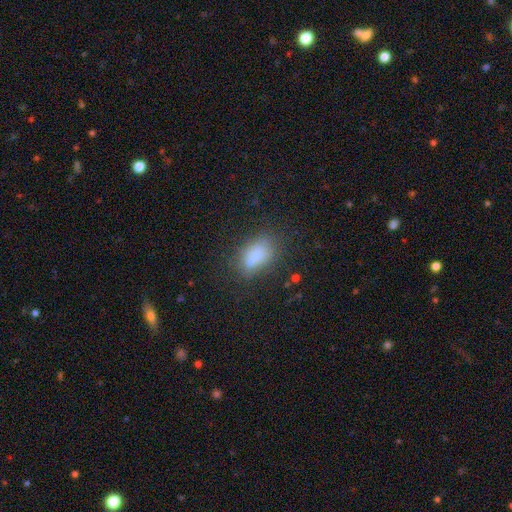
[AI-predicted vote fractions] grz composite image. It shows a smooth galaxy with no disk features (77%) that is in between round and cigar-shaped (87%). Merging: none (60%).